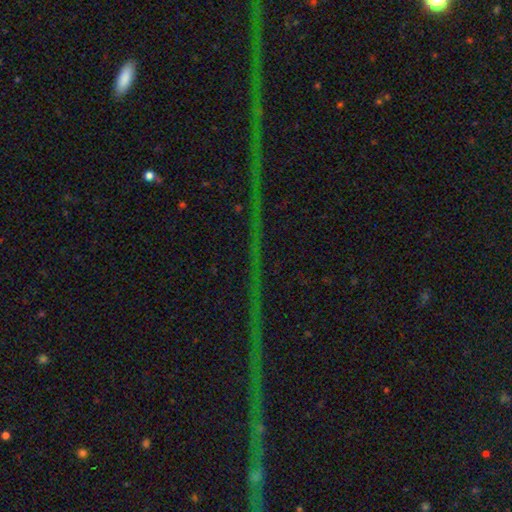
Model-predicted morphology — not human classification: star or artifact 79%, featured or disk 13%, smooth 7%.